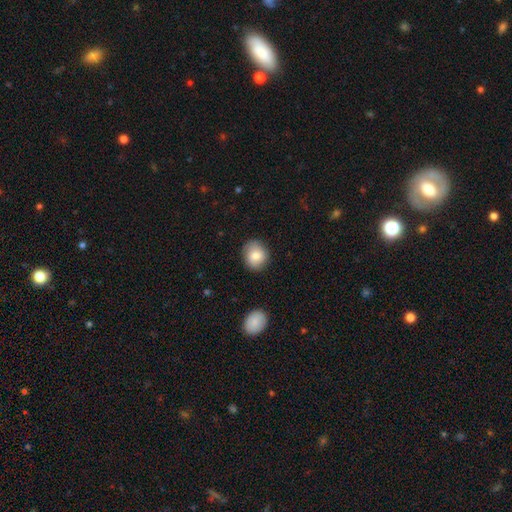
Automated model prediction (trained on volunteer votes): Smooth or featured? smooth (80%)
How rounded? round (72%)
Merging? none (84%)